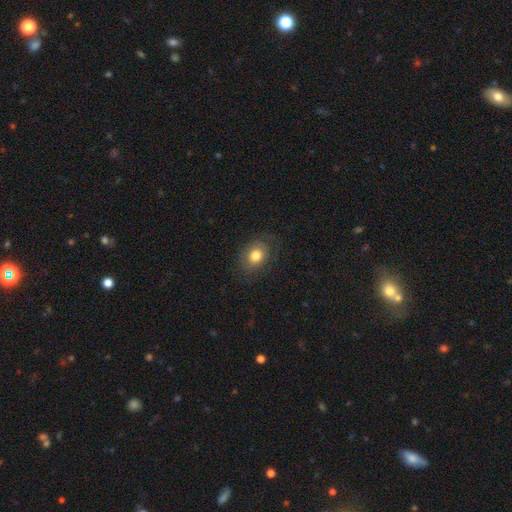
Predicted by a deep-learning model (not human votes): A smooth galaxy with no disk features (76%) that is in between round and cigar-shaped (57%).

Vote fractions:
- Smooth or featured? smooth: 76% / featured or disk: 14% / star or artifact: 9%
- How rounded? in between: 57% / round: 42% / cigar-shaped: 1%
- Merging? none: 79% / minor disturbance: 14% / major disturbance: 6% / merger: 1%